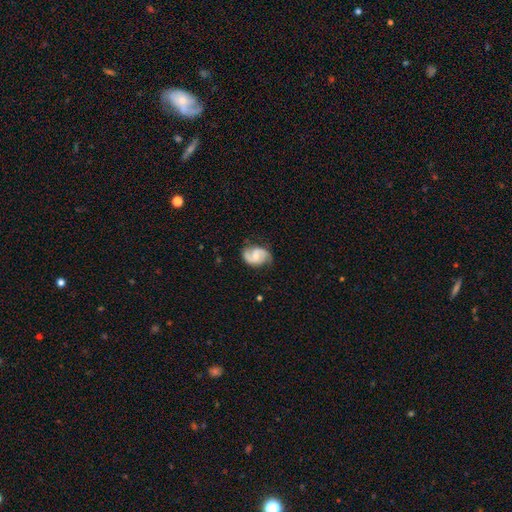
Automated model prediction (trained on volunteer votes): Overall: featured or disk (82%). Edge-on disk: no (98%). Bar: no (44%, tied with weak). Spiral arms: yes (96%). Spiral arm count: 2 (91%). Spiral winding: medium (50%; loose 26%). Bulge size: moderate (49%; small 44%). Merging: none (76%).